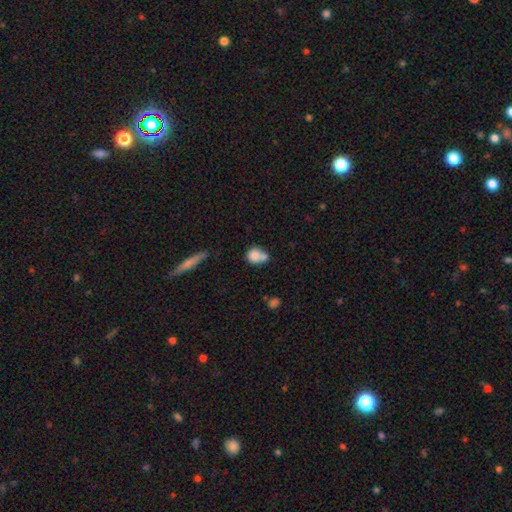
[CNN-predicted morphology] Smooth or featured? smooth (77%)
How rounded? round (73%)
Merging? merger (44%)